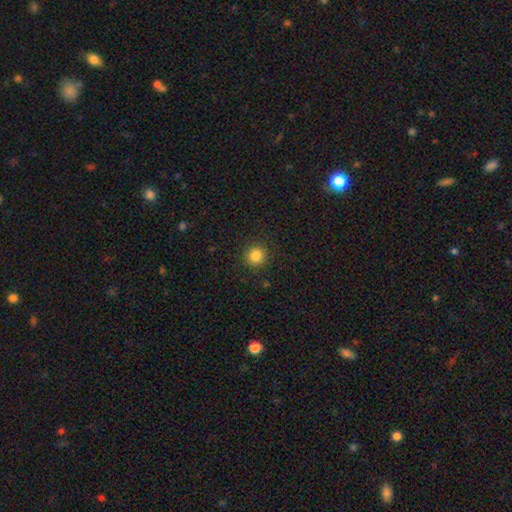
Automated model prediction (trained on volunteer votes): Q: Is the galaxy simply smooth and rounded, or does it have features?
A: smooth — 84%.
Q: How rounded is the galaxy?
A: round — 93%.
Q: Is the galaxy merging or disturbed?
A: none — 91%.